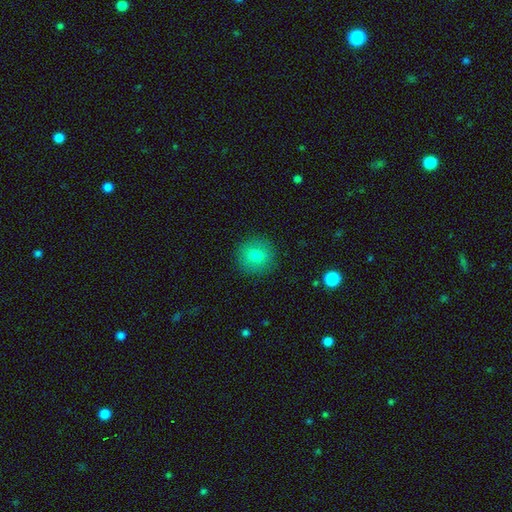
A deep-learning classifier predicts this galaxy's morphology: The model was most divided on "smooth or featured": smooth: 78%, featured or disk: 12%, star or artifact: 10%. More confident: how rounded — round (91%); merging — none (90%).